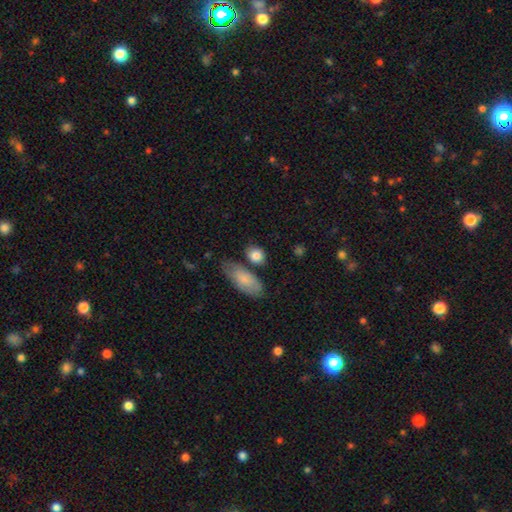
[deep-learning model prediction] smooth-or-featured: smooth: 85% | featured or disk: 9% | star or artifact: 7%
  how-rounded: in between: 55% | round: 41% | cigar-shaped: 4%
  merging: none: 68% | minor disturbance: 15% | merger: 12% | major disturbance: 5%